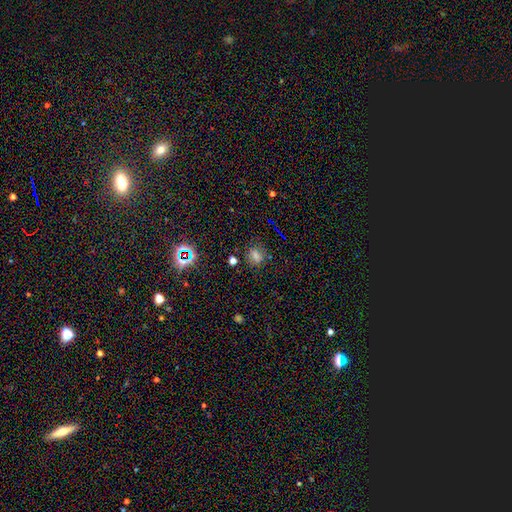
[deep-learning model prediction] The model was most divided on "how rounded": round: 64%, in between: 34%, cigar-shaped: 2%. More confident: merging — none (81%); smooth or featured — smooth (64%).